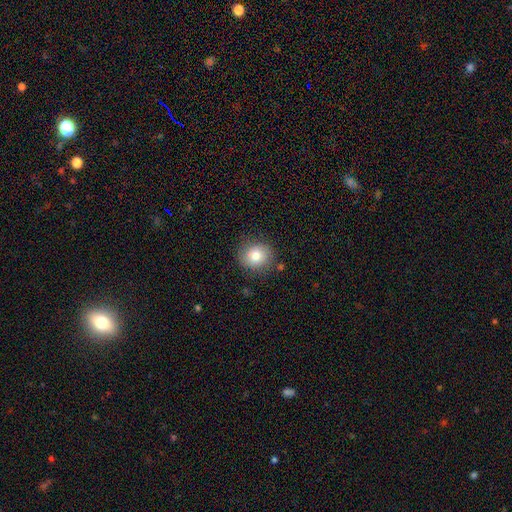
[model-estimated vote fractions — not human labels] A smooth galaxy with no disk features (78%) that is round (78%).

Vote fractions:
- Smooth or featured? smooth: 78% / featured or disk: 11% / star or artifact: 10%
- How rounded? round: 78% / in between: 21% / cigar-shaped: 1%
- Merging? none: 84% / minor disturbance: 11% / major disturbance: 3% / merger: 2%